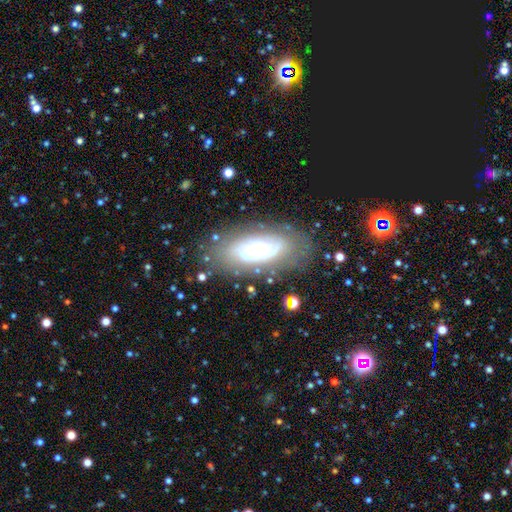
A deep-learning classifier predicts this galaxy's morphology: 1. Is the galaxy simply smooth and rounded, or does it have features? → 66% featured or disk, 25% smooth, 9% star or artifact.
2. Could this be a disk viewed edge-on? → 90% no, 10% yes.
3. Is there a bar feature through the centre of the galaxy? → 75% no, 18% weak, 7% strong.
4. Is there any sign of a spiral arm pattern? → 60% yes, 40% no.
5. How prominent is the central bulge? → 51% small, 20% moderate, 19% none, 8% large, 3% dominant.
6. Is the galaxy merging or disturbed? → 68% none, 19% minor disturbance, 10% major disturbance, 3% merger.